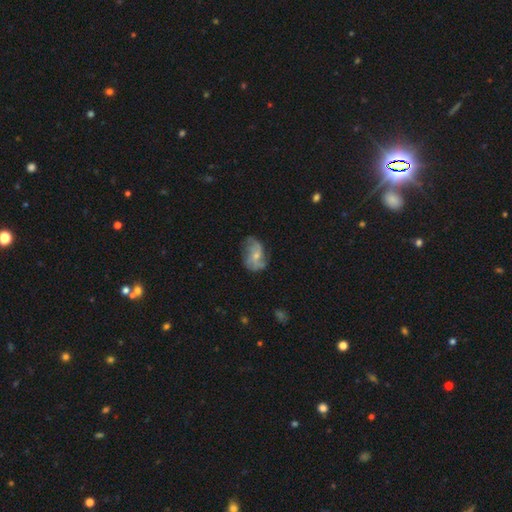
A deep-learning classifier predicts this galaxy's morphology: Smooth or featured? Predicted: featured or disk (p=0.70). Edge-on disk? Predicted: no (p=0.97). Bar? Predicted: no (p=0.64). Spiral arms? Predicted: yes (p=0.88). Spiral winding? Predicted: loose (p=0.46). Spiral arm count? Predicted: 2 (p=0.48). Bulge size? Predicted: small (p=0.60). Merging? Predicted: none (p=0.57).